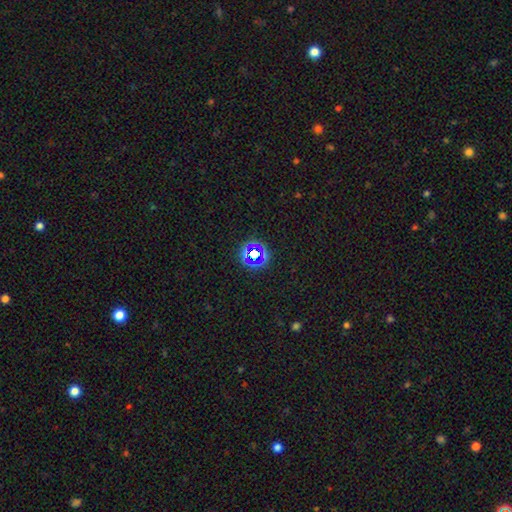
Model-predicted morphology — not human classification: Smooth or featured?
  - star or artifact: 65% *
  - smooth: 24%
  - featured or disk: 11%